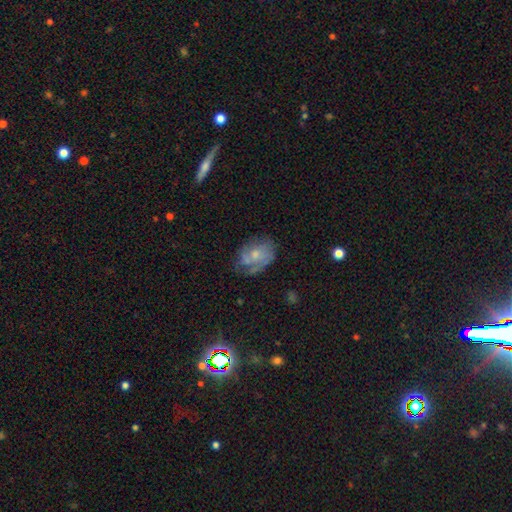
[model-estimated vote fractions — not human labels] smooth_or_featured: featured or disk (p=0.54) [alt: smooth p=0.37]
disk_edge_on: no (p=0.97) [alt: yes p=0.03]
bar: no (p=0.79) [alt: weak p=0.18]
has_spiral_arms: yes (p=0.65) [alt: no p=0.35]
bulge_size: small (p=0.53) [alt: moderate p=0.37]
merging: none (p=0.52) [alt: minor disturbance p=0.28]